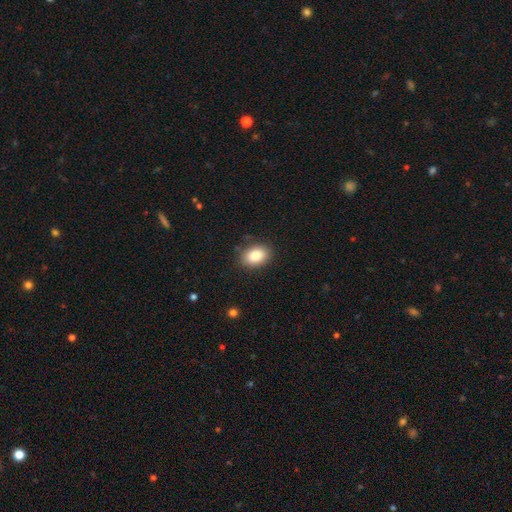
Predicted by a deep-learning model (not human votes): smooth-or-featured: smooth: 84% | star or artifact: 8% | featured or disk: 7%
  how-rounded: in between: 77% | round: 22% | cigar-shaped: 1%
  merging: none: 86% | minor disturbance: 10% | major disturbance: 3% | merger: 1%